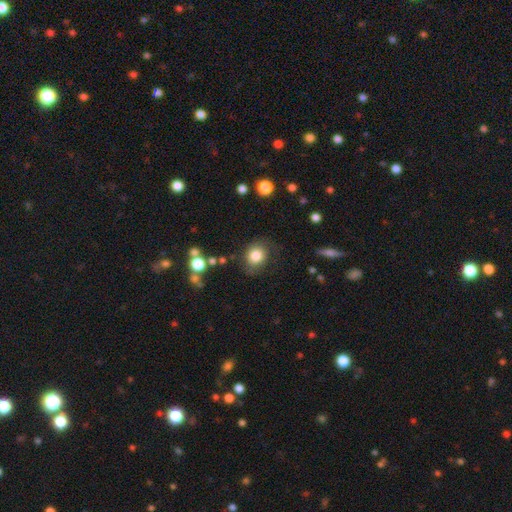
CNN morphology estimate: A smooth galaxy with no disk features (82%) that is round (68%). Merging: none (72%).